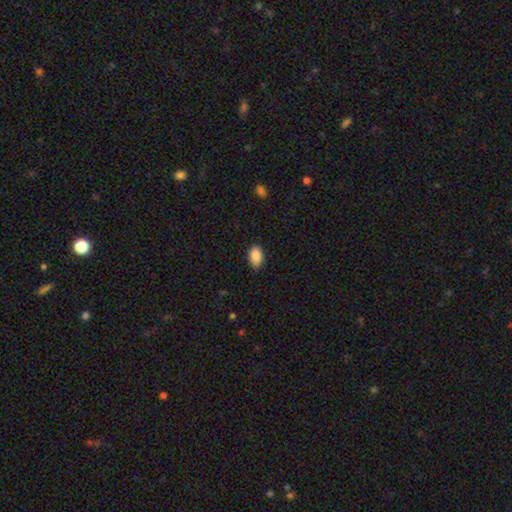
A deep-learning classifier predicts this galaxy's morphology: This is clearly a smooth galaxy (88%). How rounded: clearly in between (91%). Merging: clearly none (83%).